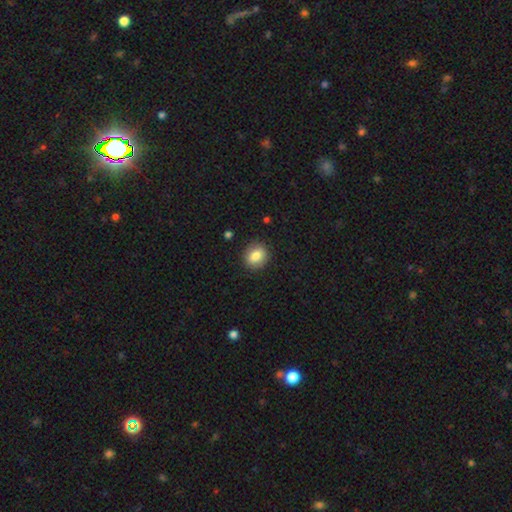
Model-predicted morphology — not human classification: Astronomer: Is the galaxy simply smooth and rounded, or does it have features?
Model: smooth — 83%.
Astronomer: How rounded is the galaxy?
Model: round — 70%.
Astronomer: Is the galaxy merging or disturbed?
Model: none — 88%.